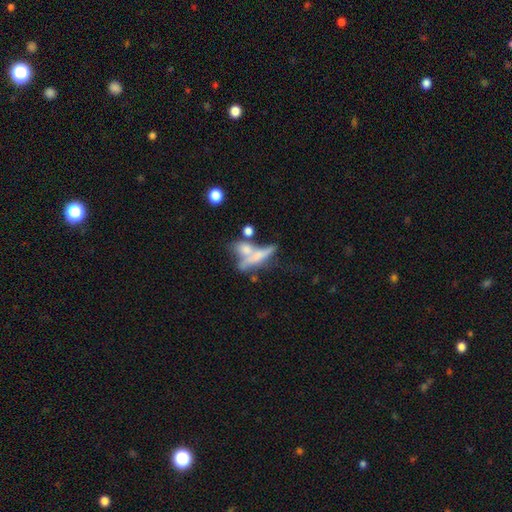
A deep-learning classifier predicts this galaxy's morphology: Smooth or featured? smooth (49%)
Merging? merger (44%)